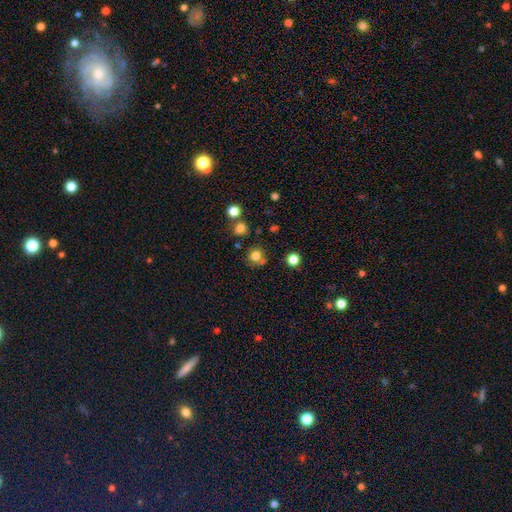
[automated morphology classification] type=smooth (78%); roundness=round (87%); merging=none (71%).